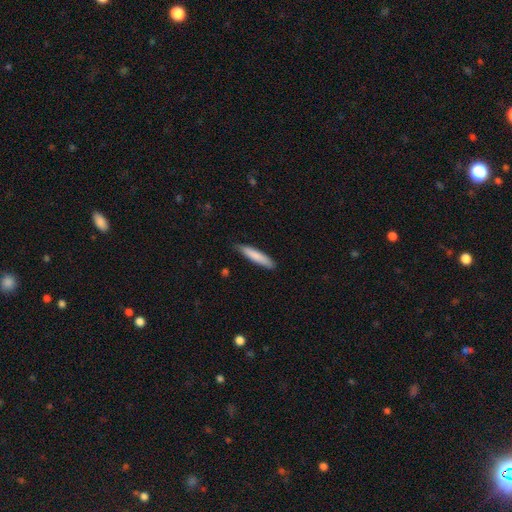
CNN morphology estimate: Smooth or featured? Predicted: smooth (p=0.82). How rounded? Predicted: cigar-shaped (p=0.86). Merging? Predicted: none (p=0.82).